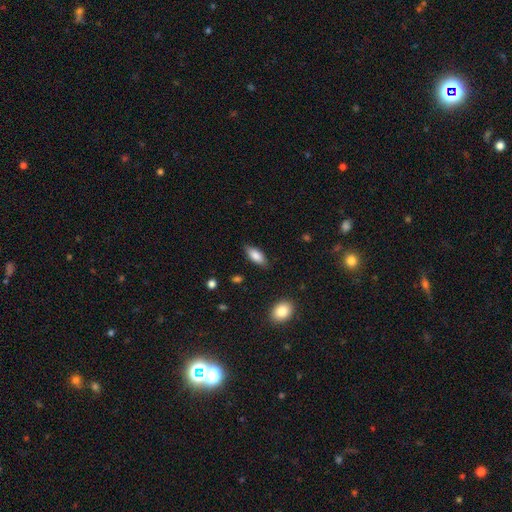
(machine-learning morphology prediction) The model was most divided on "how rounded": in between: 81%, cigar-shaped: 17%, round: 2%. More confident: merging — none (83%); smooth or featured — smooth (81%).